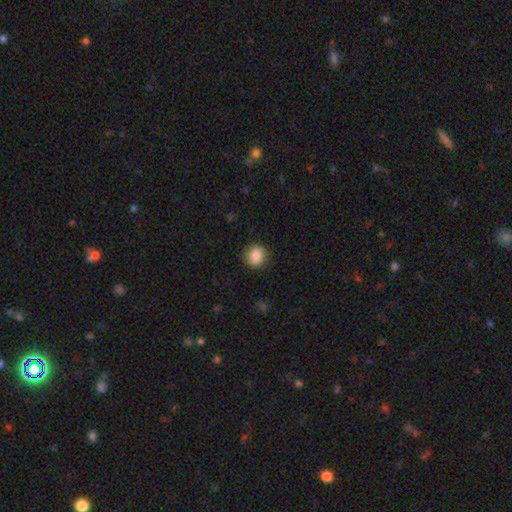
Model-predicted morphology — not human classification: A smooth galaxy with no disk features (85%) that is round (80%). Merging: none (85%).